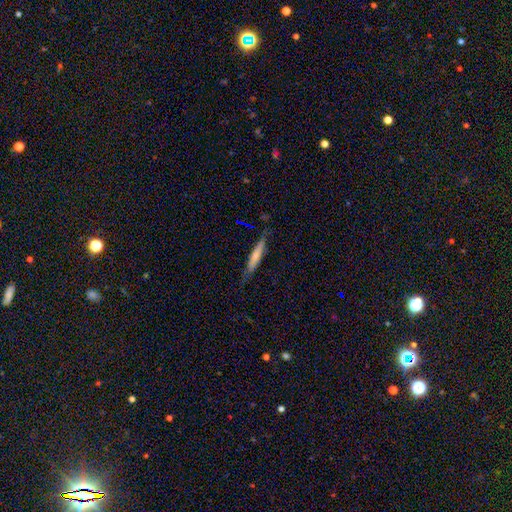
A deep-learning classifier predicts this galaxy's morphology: Smooth or featured?
  - smooth: 62% *
  - featured or disk: 32%
  - star or artifact: 6%
How rounded?
  - cigar-shaped: 90% *
  - in between: 9%
  - round: 1%
Merging?
  - none: 75% *
  - minor disturbance: 19%
  - major disturbance: 4%
  - merger: 2%